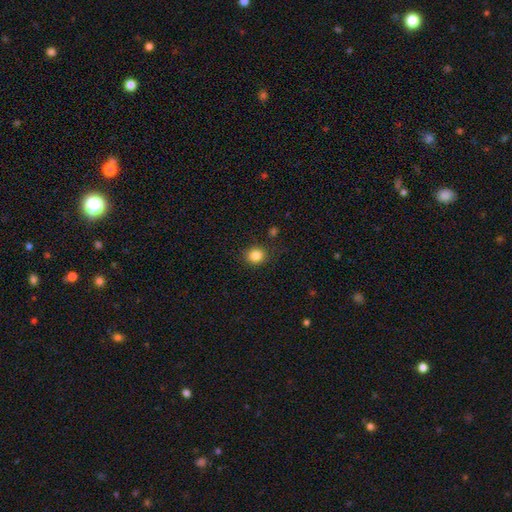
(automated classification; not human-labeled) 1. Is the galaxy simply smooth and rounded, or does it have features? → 85% smooth, 11% star or artifact, 4% featured or disk.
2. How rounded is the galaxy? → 82% round, 17% in between, 1% cigar-shaped.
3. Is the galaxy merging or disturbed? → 87% none, 9% minor disturbance, 3% major disturbance, 2% merger.